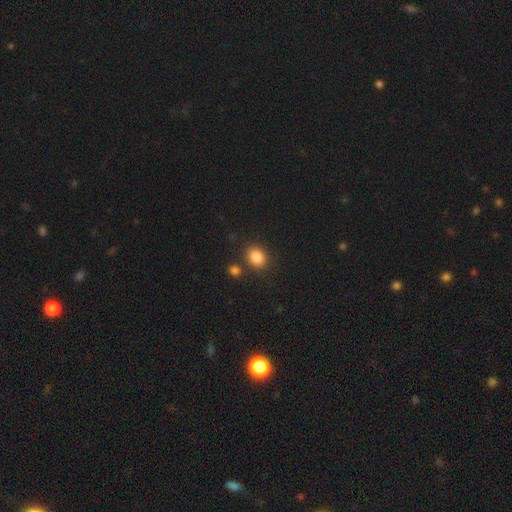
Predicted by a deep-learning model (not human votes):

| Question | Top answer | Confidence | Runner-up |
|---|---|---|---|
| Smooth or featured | smooth | 85% | star or artifact (10%) |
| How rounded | round | 50% | in between (49%) |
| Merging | none | 79% | minor disturbance (10%) |